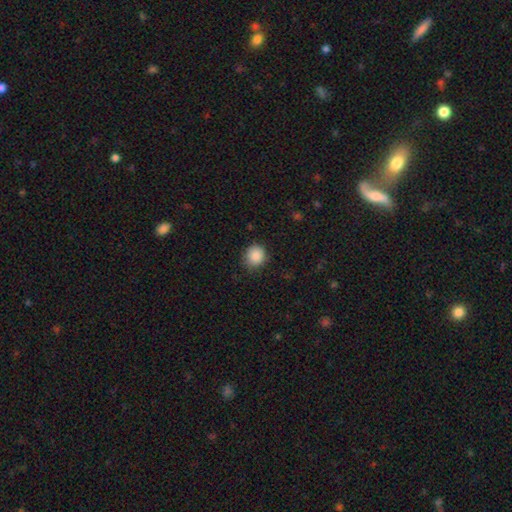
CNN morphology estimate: smooth_or_featured: smooth (p=0.87) [alt: star or artifact p=0.09]
how_rounded: round (p=0.86) [alt: in between p=0.13]
merging: none (p=0.84) [alt: minor disturbance p=0.12]